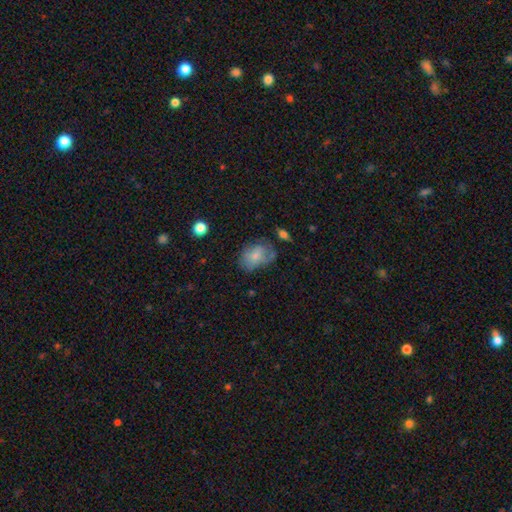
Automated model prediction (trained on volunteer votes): smooth-or-featured: smooth: 69% | featured or disk: 22% | star or artifact: 8%
  how-rounded: in between: 77% | round: 21% | cigar-shaped: 1%
  merging: none: 47% | minor disturbance: 32% | major disturbance: 17% | merger: 4%